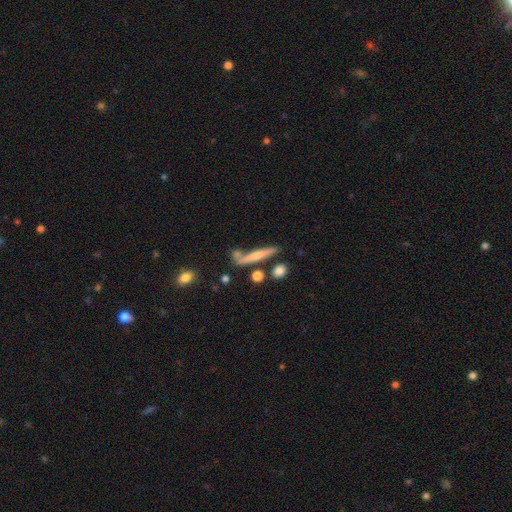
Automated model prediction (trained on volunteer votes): Overall: smooth (52%; featured or disk 40%). How rounded: cigar-shaped (88%). Merging: none (68%).